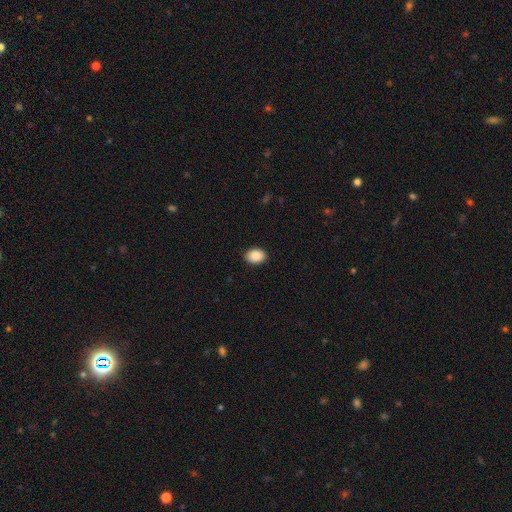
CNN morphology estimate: A smooth galaxy with no disk features (90%) that is in between round and cigar-shaped (74%). Merging: none (89%).